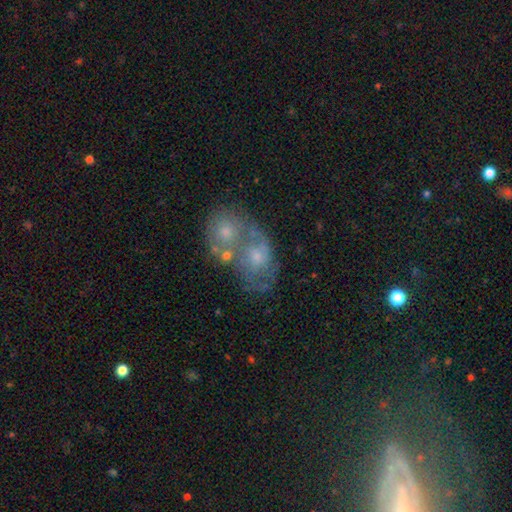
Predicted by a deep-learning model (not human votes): Q: Smooth or featured?
A: featured or disk (62%); runner-up: smooth (28%)
Q: Edge-on disk?
A: no (97%); runner-up: yes (3%)
Q: Bar?
A: no (79%); runner-up: weak (18%)
Q: Spiral arms?
A: yes (61%); runner-up: no (39%)
Q: Bulge size?
A: small (53%); runner-up: moderate (35%)
Q: Merging?
A: merger (47%); runner-up: none (28%)